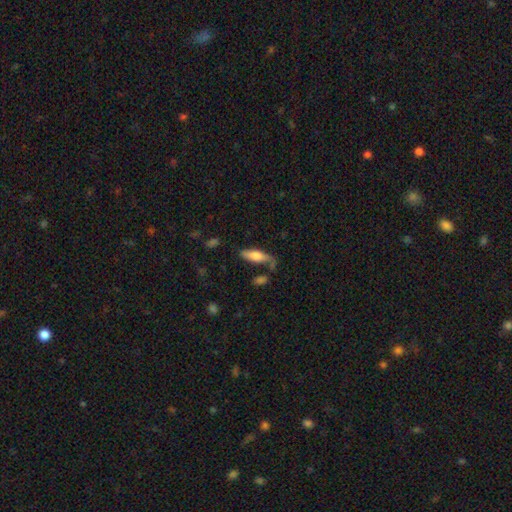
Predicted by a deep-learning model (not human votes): Q: Smooth or featured?
A: smooth (63%); runner-up: featured or disk (30%)
Q: How rounded?
A: cigar-shaped (52%); runner-up: in between (45%)
Q: Merging?
A: none (55%); runner-up: minor disturbance (22%)